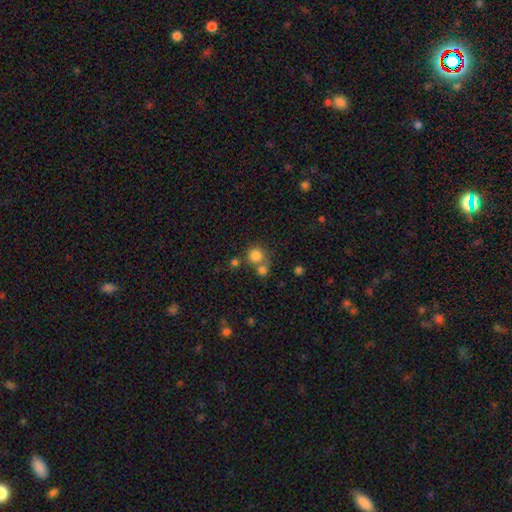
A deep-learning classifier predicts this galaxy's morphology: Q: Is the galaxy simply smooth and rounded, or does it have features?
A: smooth — 79%.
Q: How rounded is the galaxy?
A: round — 90%.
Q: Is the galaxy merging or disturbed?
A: none — 52%.